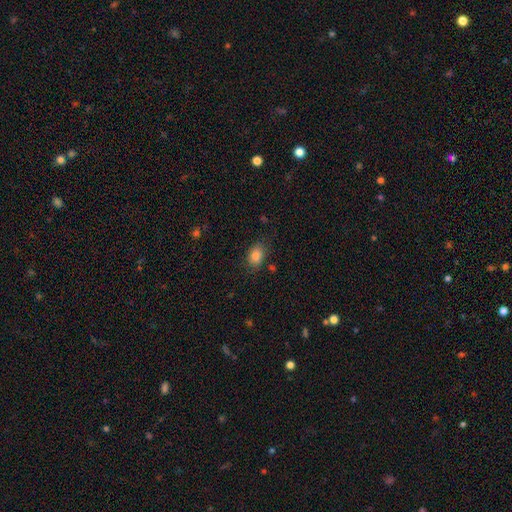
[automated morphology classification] A smooth galaxy with no disk features (85%) that is in between round and cigar-shaped (82%).

Vote fractions:
- Smooth or featured? smooth: 85% / star or artifact: 9% / featured or disk: 6%
- How rounded? in between: 82% / round: 16% / cigar-shaped: 2%
- Merging? none: 77% / minor disturbance: 16% / major disturbance: 5% / merger: 2%